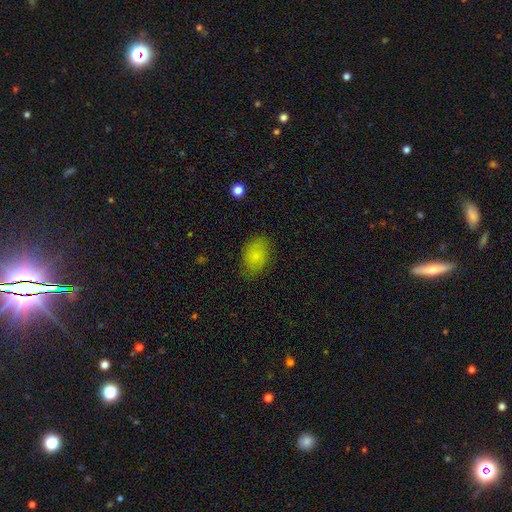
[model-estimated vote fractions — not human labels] smooth_or_featured: smooth (p=0.78) [alt: featured or disk p=0.13]
how_rounded: in between (p=0.82) [alt: round p=0.17]
merging: none (p=0.77) [alt: minor disturbance p=0.18]